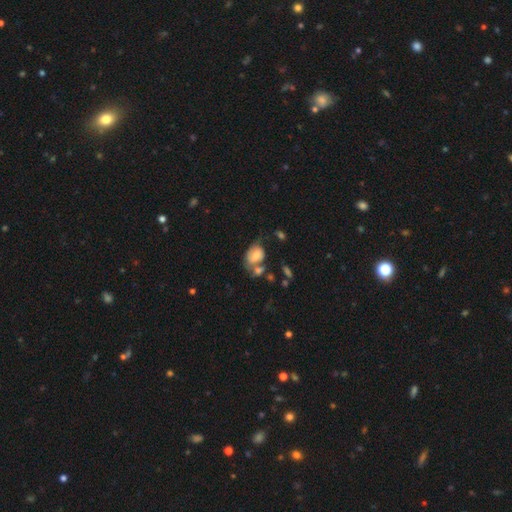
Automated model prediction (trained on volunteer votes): Overall: smooth (59%; featured or disk 32%). How rounded: in between (72%). Merging: none (29%; merger 28%).